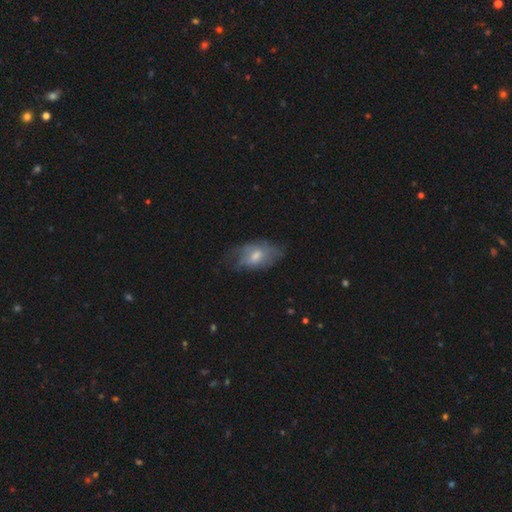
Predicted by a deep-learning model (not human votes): Smooth or featured? smooth (48%)
Merging? none (51%)